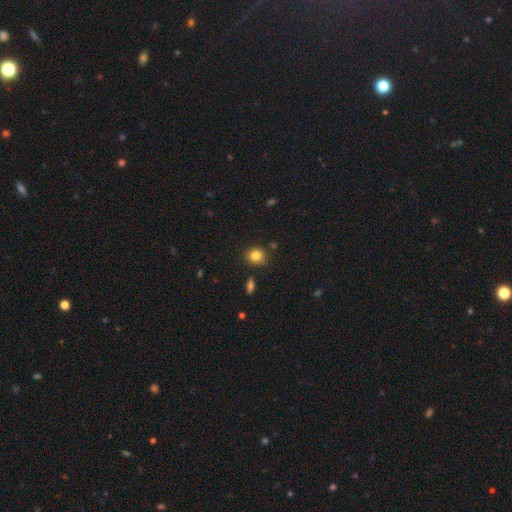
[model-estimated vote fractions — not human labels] The model was most divided on "how rounded": round: 72%, in between: 27%, cigar-shaped: 1%. More confident: smooth or featured — smooth (83%); merging — none (82%).